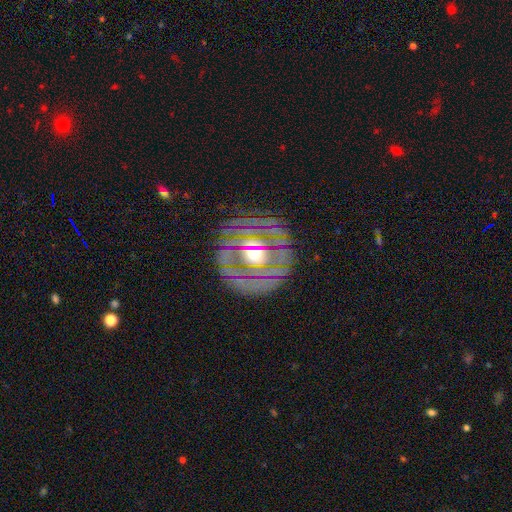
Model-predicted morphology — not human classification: smooth_or_featured: featured or disk (p=0.71) [alt: star or artifact p=0.15]
disk_edge_on: no (p=0.89) [alt: yes p=0.11]
bar: no (p=0.51) [alt: weak p=0.27]
has_spiral_arms: yes (p=0.66) [alt: no p=0.34]
bulge_size: moderate (p=0.71) [alt: small p=0.17]
merging: none (p=0.82) [alt: minor disturbance p=0.11]